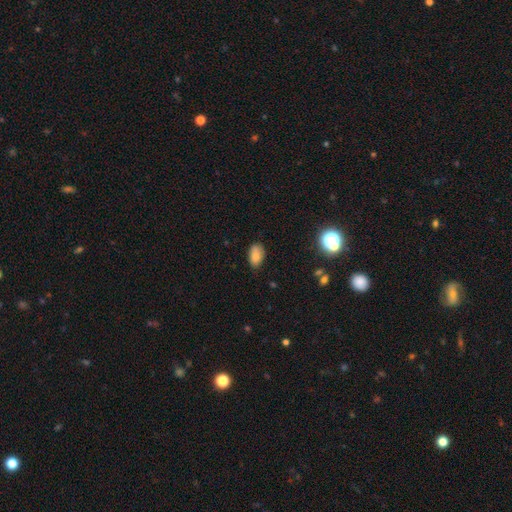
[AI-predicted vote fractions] The model was most divided on "merging": none: 68%, minor disturbance: 25%, major disturbance: 5%, merger: 3%. More confident: how rounded — in between (90%); smooth or featured — smooth (78%).